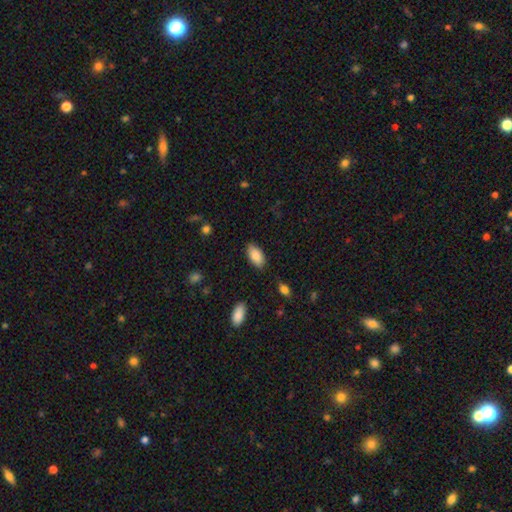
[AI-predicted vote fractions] The model was most divided on "merging": none: 84%, minor disturbance: 12%, major disturbance: 3%, merger: 1%. More confident: how rounded — in between (93%); smooth or featured — smooth (87%).